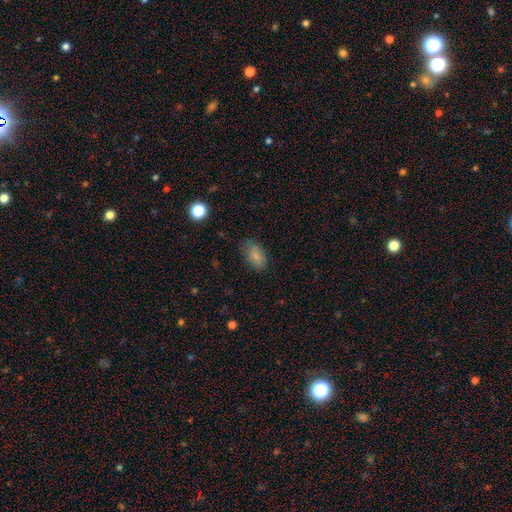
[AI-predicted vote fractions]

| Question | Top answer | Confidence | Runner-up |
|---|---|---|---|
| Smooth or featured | smooth | 83% | featured or disk (9%) |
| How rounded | in between | 92% | round (6%) |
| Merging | none | 76% | minor disturbance (18%) |